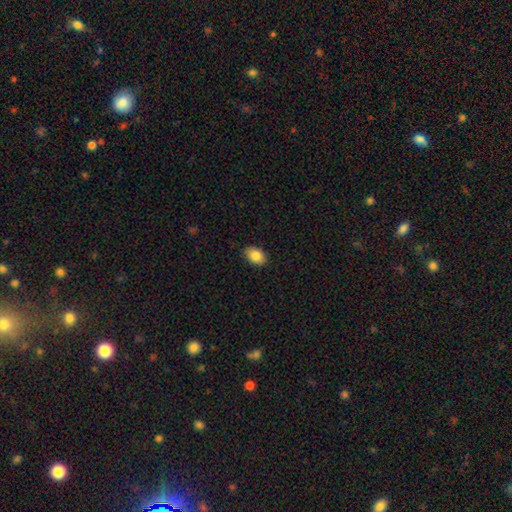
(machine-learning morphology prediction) This is clearly a smooth galaxy (85%). How rounded: clearly in between (84%). Merging: clearly none (86%).